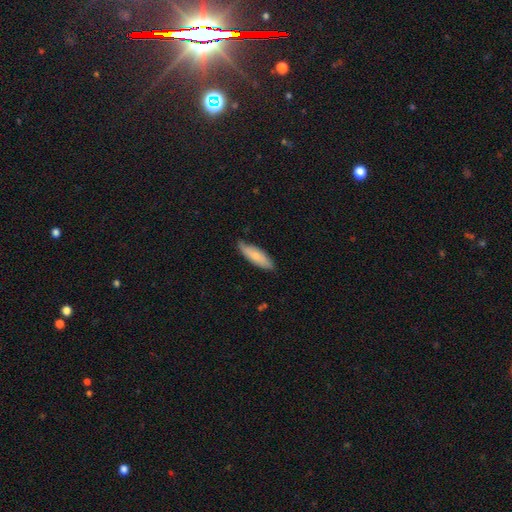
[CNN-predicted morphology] This appears to be a smooth galaxy with no disk features (73%) that is in between round and cigar-shaped (51%). Merging: none (77%).